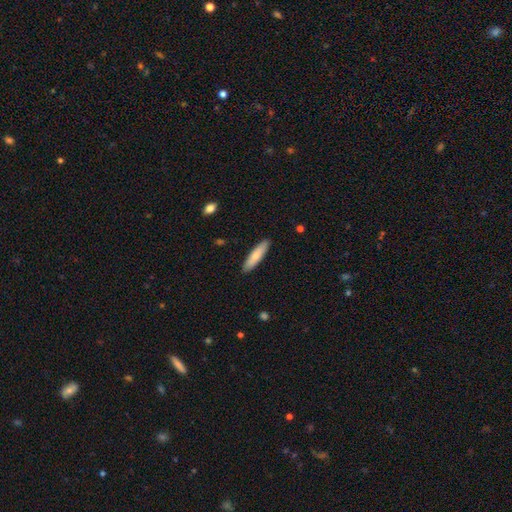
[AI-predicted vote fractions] The model was most divided on "smooth or featured": smooth: 73%, featured or disk: 22%, star or artifact: 5%. More confident: merging — none (90%); how rounded — cigar-shaped (76%).